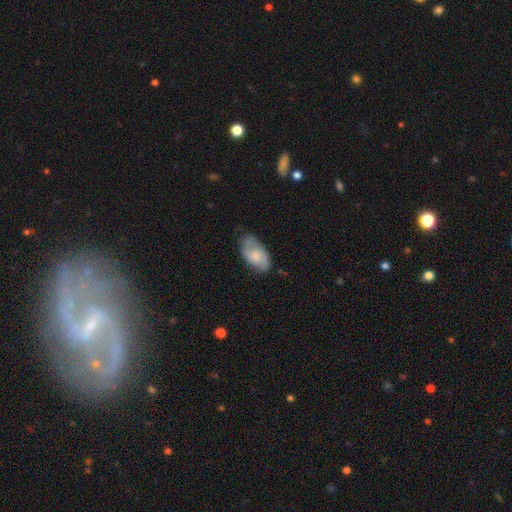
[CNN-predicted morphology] Overall: featured or disk (56%; smooth 38%). Edge-on disk: no (96%). Bar: no (66%; weak 29%). Spiral arms: yes (88%). Bulge size: small (47%; moderate 35%). Merging: none (66%).